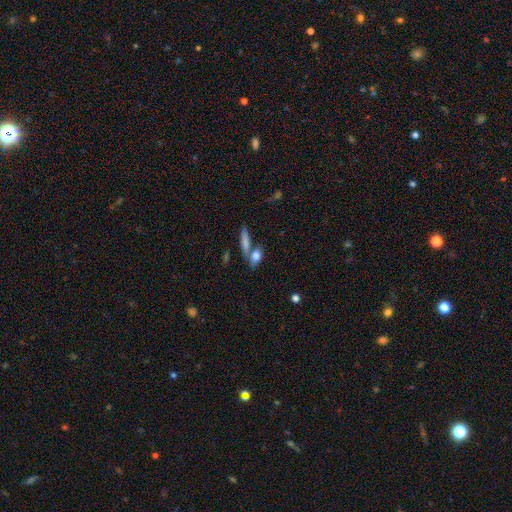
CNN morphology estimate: Smooth or featured: smooth — 75% (featured or disk — 17%)
How rounded: in between — 63% (cigar-shaped — 25%)
Merging: none — 55% (merger — 28%)